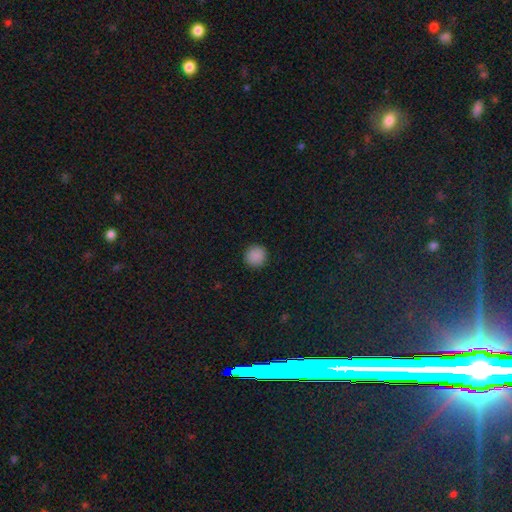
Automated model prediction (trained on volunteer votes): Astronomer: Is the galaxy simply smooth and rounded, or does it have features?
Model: smooth — 88%.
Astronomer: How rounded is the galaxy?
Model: round — 94%.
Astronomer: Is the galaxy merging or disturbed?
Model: none — 92%.